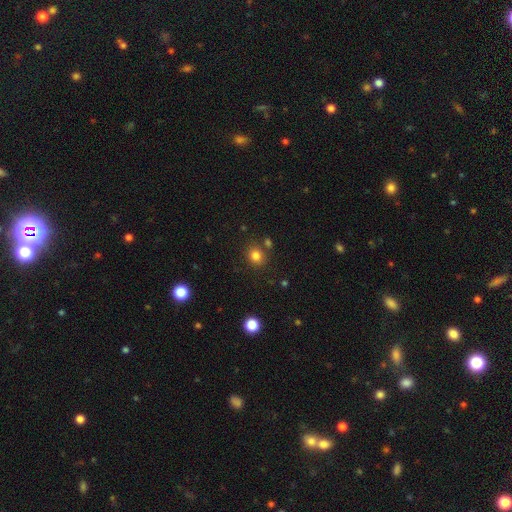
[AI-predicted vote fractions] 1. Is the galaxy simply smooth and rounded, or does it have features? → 81% smooth, 13% star or artifact, 6% featured or disk.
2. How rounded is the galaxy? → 76% round, 23% in between, 1% cigar-shaped.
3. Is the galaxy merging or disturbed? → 80% none, 9% minor disturbance, 8% merger, 3% major disturbance.